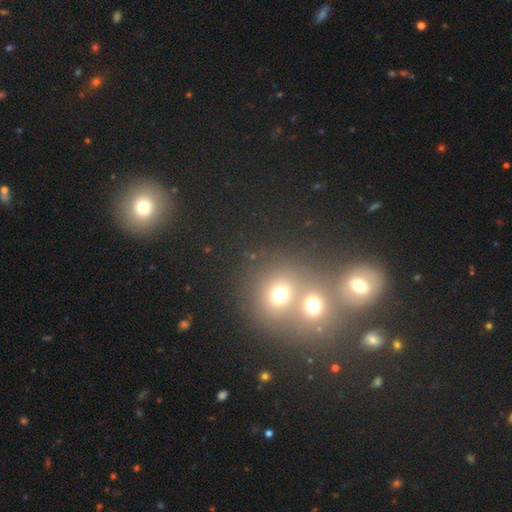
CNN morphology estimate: Smooth or featured?
  - smooth: 57% *
  - star or artifact: 29%
  - featured or disk: 14%
How rounded?
  - round: 79% *
  - in between: 20%
  - cigar-shaped: 2%
Merging?
  - none: 48% *
  - merger: 40%
  - minor disturbance: 8%
  - major disturbance: 4%